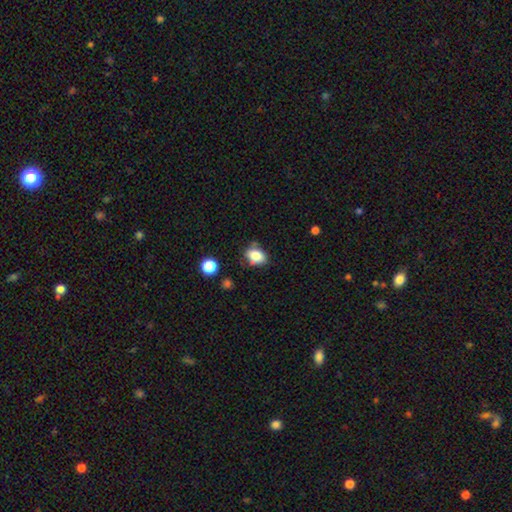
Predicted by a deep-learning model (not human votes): smooth-or-featured: smooth: 81% | star or artifact: 10% | featured or disk: 10%
  how-rounded: in between: 70% | round: 29% | cigar-shaped: 1%
  merging: none: 63% | minor disturbance: 25% | merger: 6% | major disturbance: 6%